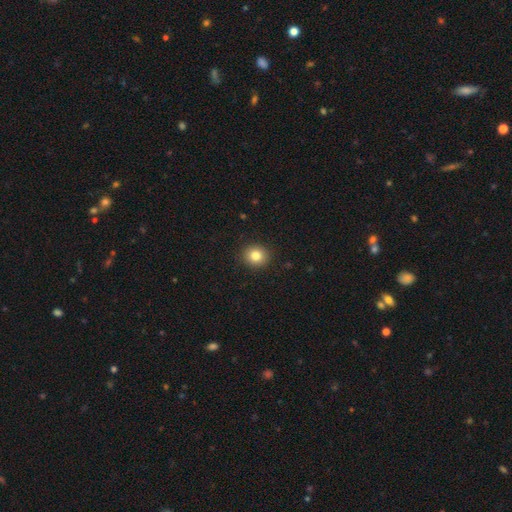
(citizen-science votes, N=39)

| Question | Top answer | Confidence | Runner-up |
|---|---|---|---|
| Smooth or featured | smooth | 85% | featured or disk (8%) |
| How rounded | round | 91% | in between (6%) |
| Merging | none | 86% | major disturbance (11%) |